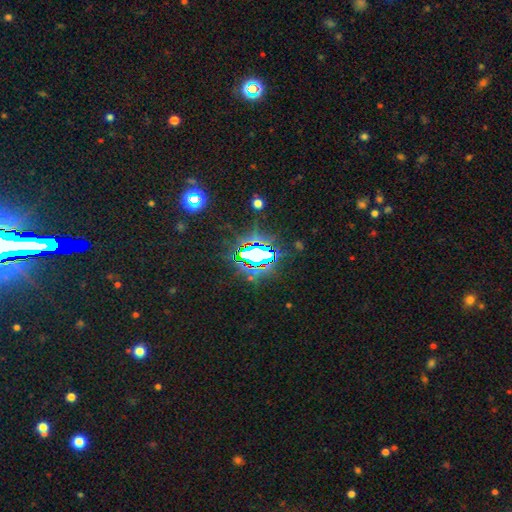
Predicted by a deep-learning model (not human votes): smooth-or-featured: star or artifact: 76% | smooth: 13% | featured or disk: 12%